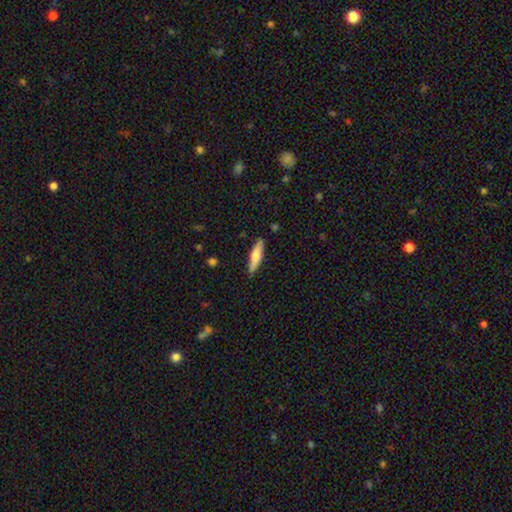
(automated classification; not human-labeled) Overall: smooth (56%; featured or disk 38%). How rounded: cigar-shaped (74%). Merging: none (88%).